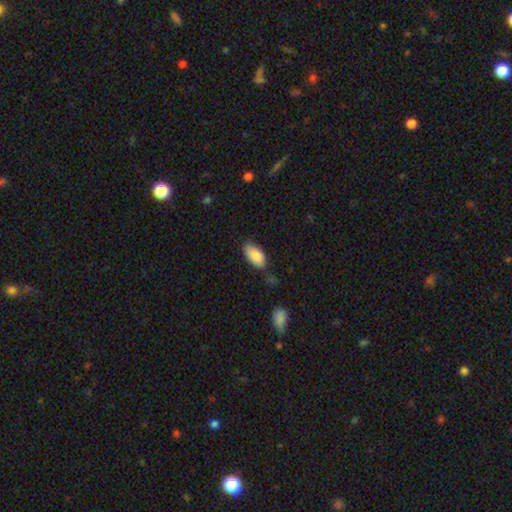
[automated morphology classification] Smooth or featured?
  - smooth: 87% *
  - featured or disk: 7%
  - star or artifact: 6%
How rounded?
  - in between: 93% *
  - cigar-shaped: 5%
  - round: 2%
Merging?
  - none: 73% *
  - minor disturbance: 19%
  - merger: 4%
  - major disturbance: 4%